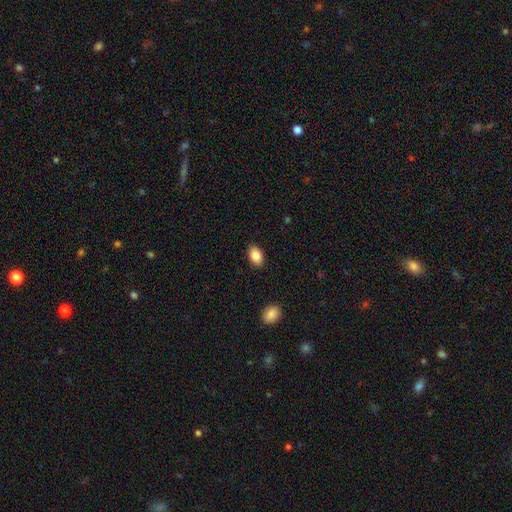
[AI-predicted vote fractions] This appears to be a smooth galaxy with no disk features (86%) that is in between round and cigar-shaped (87%). Merging: none (89%).